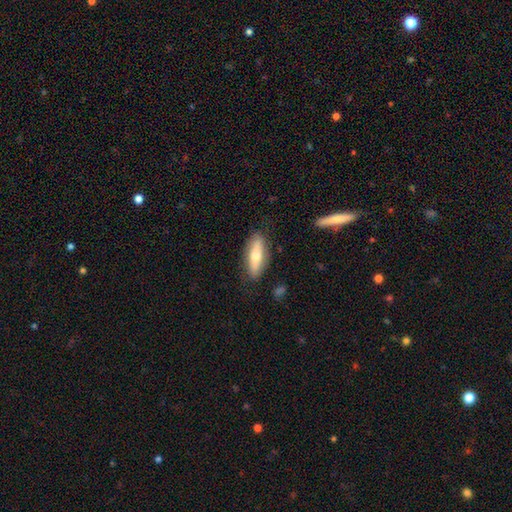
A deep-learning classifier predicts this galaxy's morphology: This is likely a smooth galaxy (60%). How rounded: likely in between (63%). Merging: clearly none (82%).